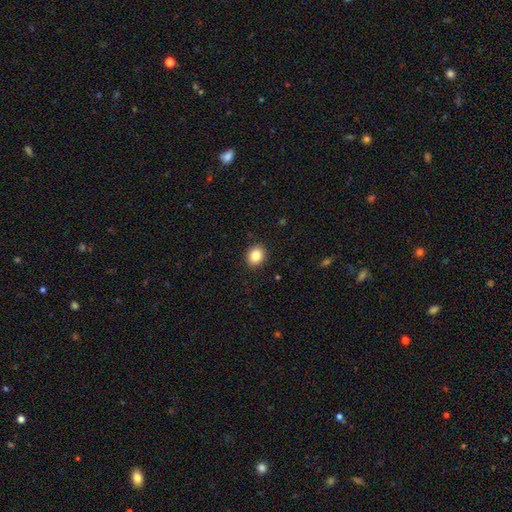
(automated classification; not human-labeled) Q: Smooth or featured?
A: smooth (84%); runner-up: star or artifact (10%)
Q: How rounded?
A: round (61%); runner-up: in between (39%)
Q: Merging?
A: none (91%); runner-up: minor disturbance (6%)